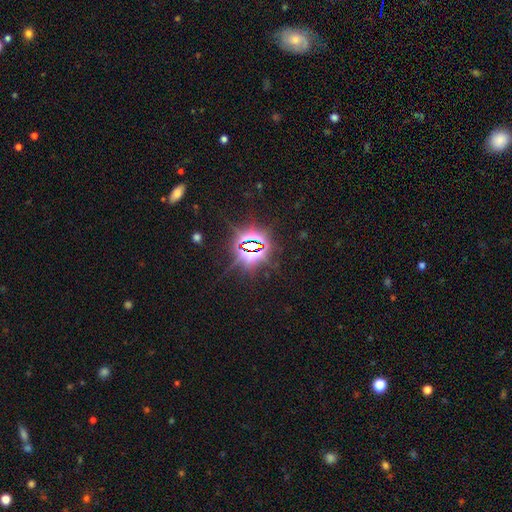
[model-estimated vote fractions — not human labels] star or artifact 83%, smooth 9%, featured or disk 8%.